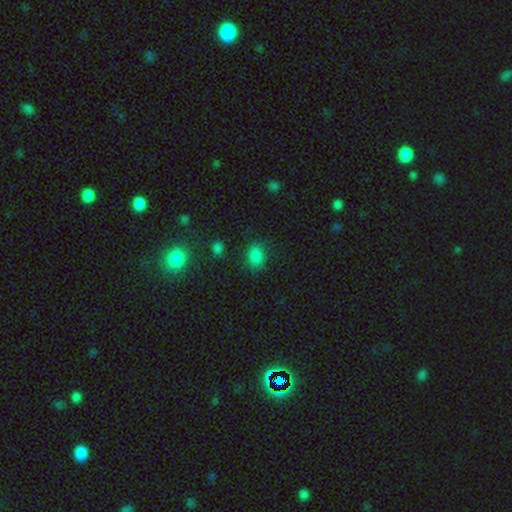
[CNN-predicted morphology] Smooth or featured: smooth — 81% (star or artifact — 15%)
How rounded: in between — 73% (round — 26%)
Merging: none — 81% (minor disturbance — 12%)